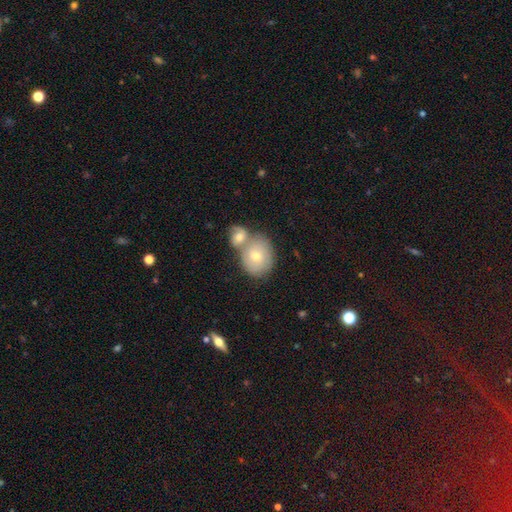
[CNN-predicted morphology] This is likely a smooth galaxy (65%). How rounded: likely round (65%). Merging: possibly merger (49%).